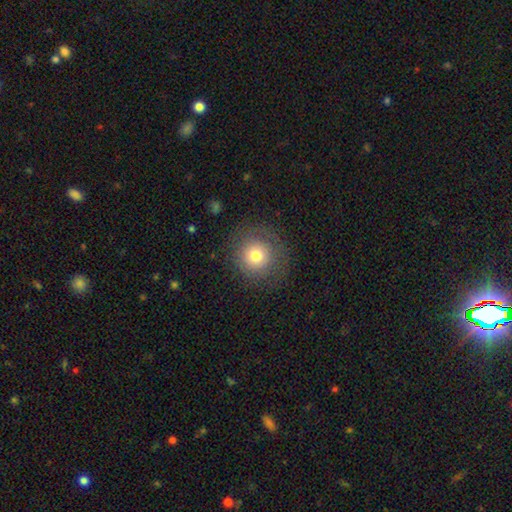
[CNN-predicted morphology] Smooth or featured?
  - smooth: 72% *
  - featured or disk: 16%
  - star or artifact: 11%
How rounded?
  - round: 94% *
  - in between: 5%
  - cigar-shaped: 1%
Merging?
  - none: 80% *
  - minor disturbance: 12%
  - major disturbance: 7%
  - merger: 1%